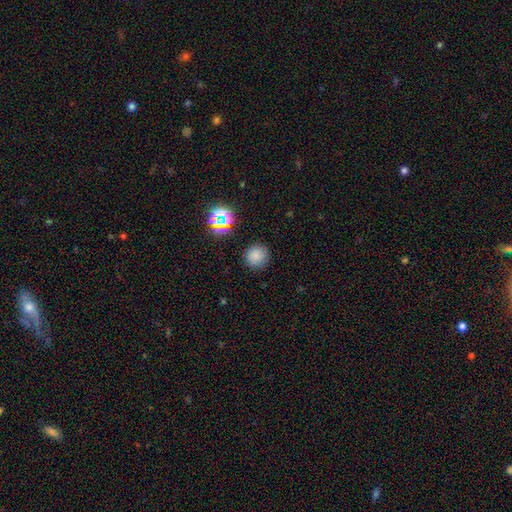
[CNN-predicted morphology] smooth 77%, star or artifact 17%, featured or disk 6%. Down the decision tree: how rounded — round (91%); merging — none (87%).